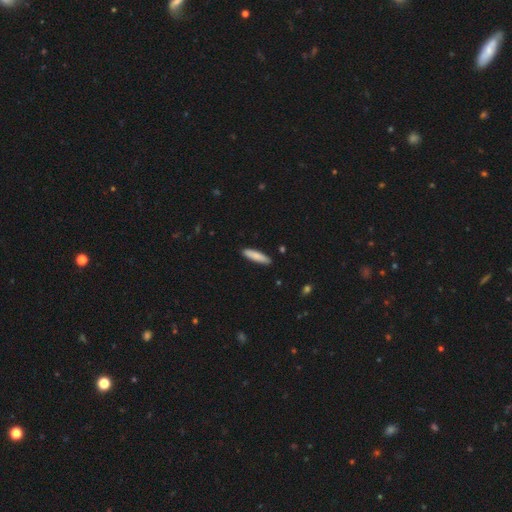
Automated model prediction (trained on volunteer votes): Smooth or featured? smooth (84%)
How rounded? cigar-shaped (78%)
Merging? none (89%)